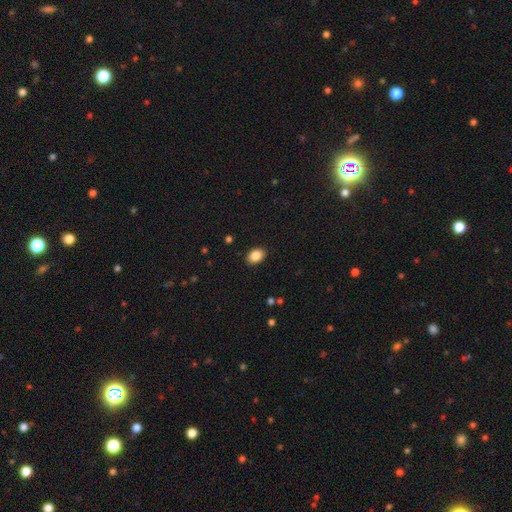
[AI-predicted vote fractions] smooth-or-featured: smooth: 87% | star or artifact: 8% | featured or disk: 5%
  how-rounded: in between: 81% | round: 18% | cigar-shaped: 1%
  merging: none: 90% | minor disturbance: 7% | major disturbance: 2% | merger: 1%